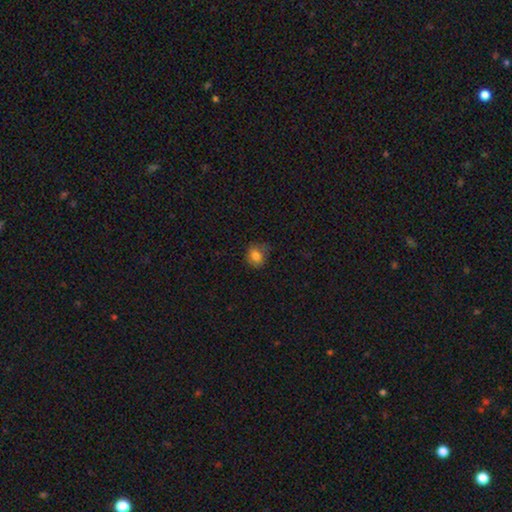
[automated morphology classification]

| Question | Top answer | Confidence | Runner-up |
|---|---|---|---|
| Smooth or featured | smooth | 80% | star or artifact (11%) |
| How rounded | round | 70% | in between (29%) |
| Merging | none | 68% | minor disturbance (24%) |